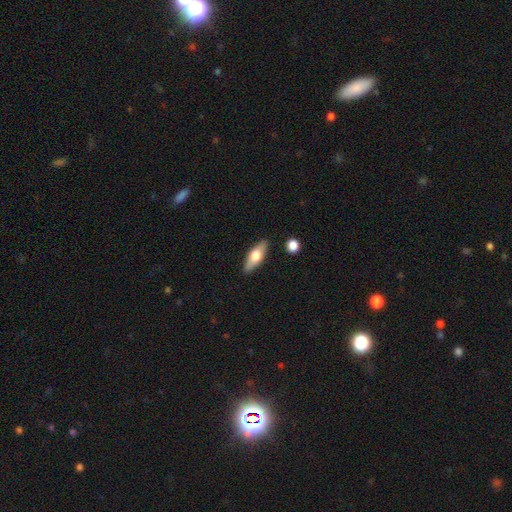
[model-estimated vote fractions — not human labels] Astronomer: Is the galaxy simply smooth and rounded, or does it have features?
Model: smooth — 56% (runner-up: featured or disk, 38%).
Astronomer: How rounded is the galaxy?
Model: in between — 64%.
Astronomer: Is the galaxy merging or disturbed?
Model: none — 86%.